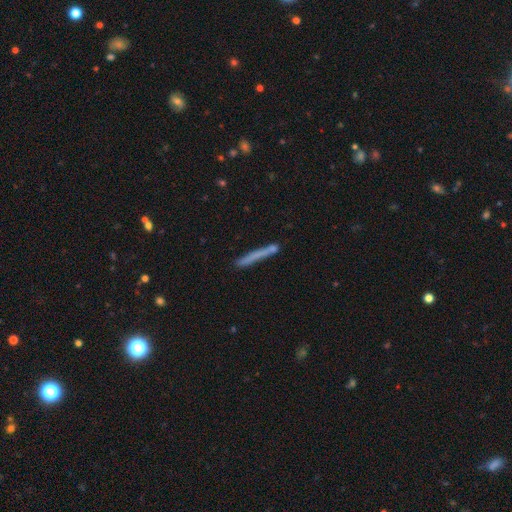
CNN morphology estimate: smooth_or_featured: smooth (p=0.63) [alt: featured or disk p=0.29]
how_rounded: cigar-shaped (p=0.96) [alt: in between p=0.02]
merging: none (p=0.76) [alt: minor disturbance p=0.13]